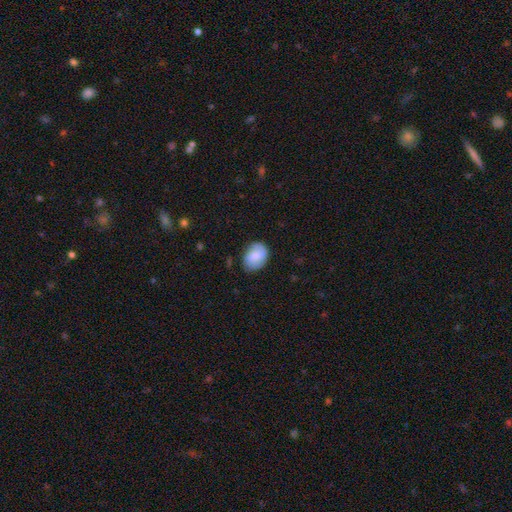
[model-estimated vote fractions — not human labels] The model was most divided on "how rounded": in between: 69%, round: 30%, cigar-shaped: 1%. More confident: merging — none (75%); smooth or featured — smooth (74%).